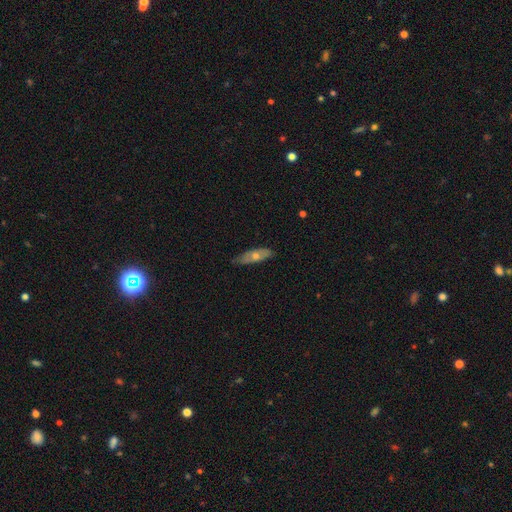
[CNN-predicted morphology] type=smooth (47%); merging=none (79%).